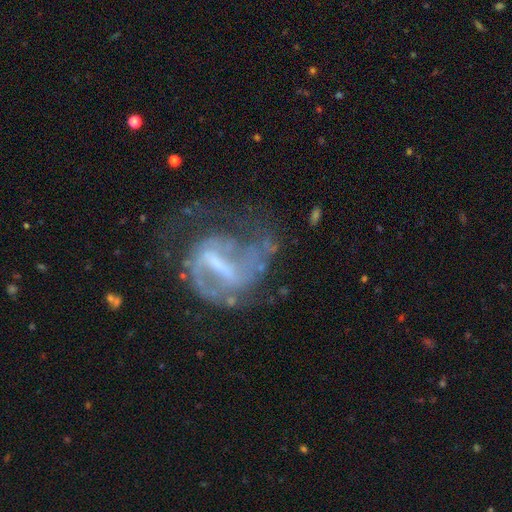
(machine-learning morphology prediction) This appears to be a featured or disk galaxy (79%) with a strong bar (51%), 2 (43%) medium (44%) spiral arms (78%) and a small central bulge (36%). Merging: none (41%).